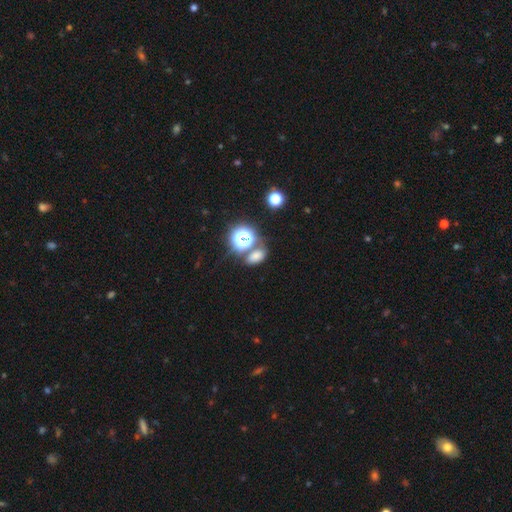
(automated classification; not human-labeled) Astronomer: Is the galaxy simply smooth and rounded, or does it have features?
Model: smooth — 64%.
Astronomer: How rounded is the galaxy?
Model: in between — 73%.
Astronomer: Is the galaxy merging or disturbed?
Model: none — 61%.